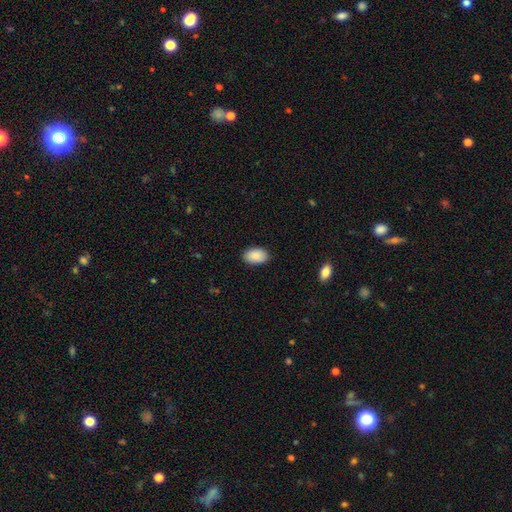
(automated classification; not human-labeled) A smooth galaxy with no disk features (89%) that is in between round and cigar-shaped (91%).

Vote fractions:
- Smooth or featured? smooth: 89% / star or artifact: 7% / featured or disk: 4%
- How rounded? in between: 91% / round: 8% / cigar-shaped: 1%
- Merging? none: 87% / minor disturbance: 10% / major disturbance: 2% / merger: 1%